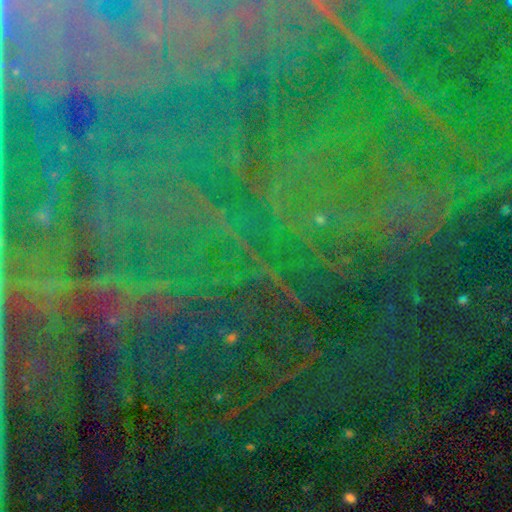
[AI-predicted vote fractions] Smooth or featured? Predicted: star or artifact (p=0.88).